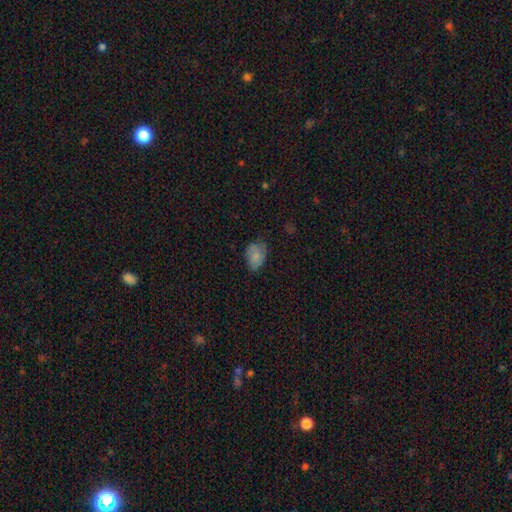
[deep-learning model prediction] This is likely a smooth galaxy (76%). How rounded: clearly in between (83%). Merging: possibly none (57%).